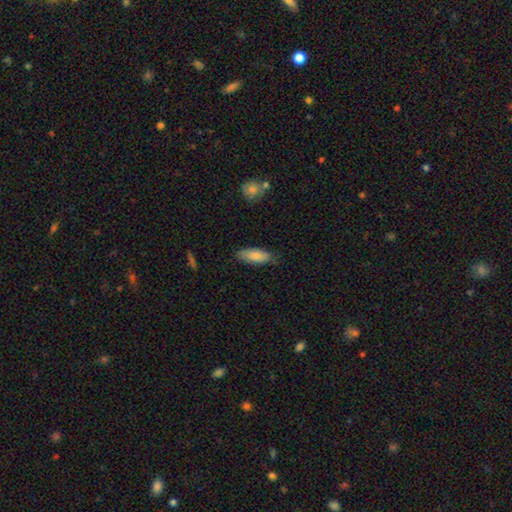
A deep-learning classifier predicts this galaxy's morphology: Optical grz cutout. It shows a smooth galaxy with no disk features (83%) that is in between round and cigar-shaped (81%). Merging: none (79%).